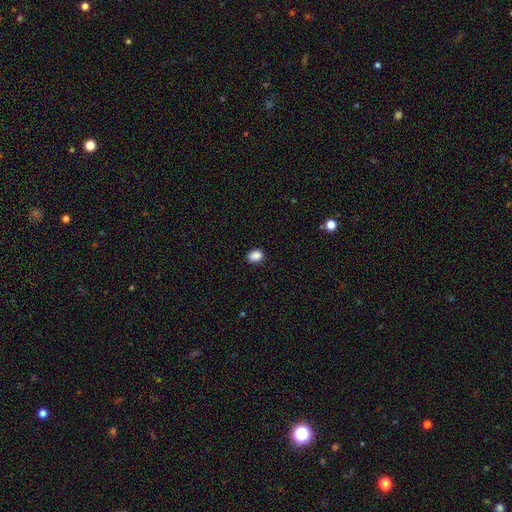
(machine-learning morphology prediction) type=smooth (88%); roundness=in between (59%); merging=none (86%).